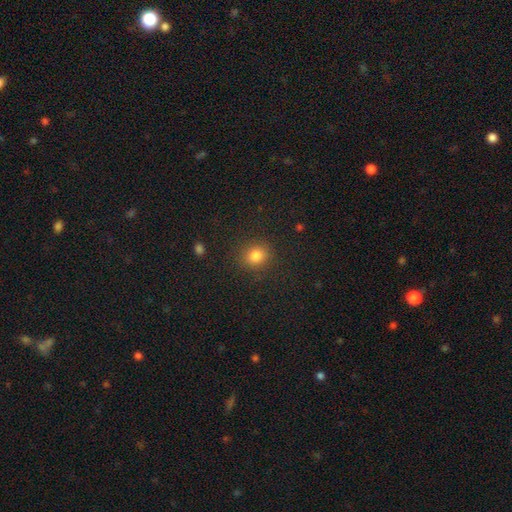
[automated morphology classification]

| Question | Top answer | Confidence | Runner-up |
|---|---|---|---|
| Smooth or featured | smooth | 82% | star or artifact (12%) |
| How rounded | round | 76% | in between (23%) |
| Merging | none | 87% | minor disturbance (8%) |